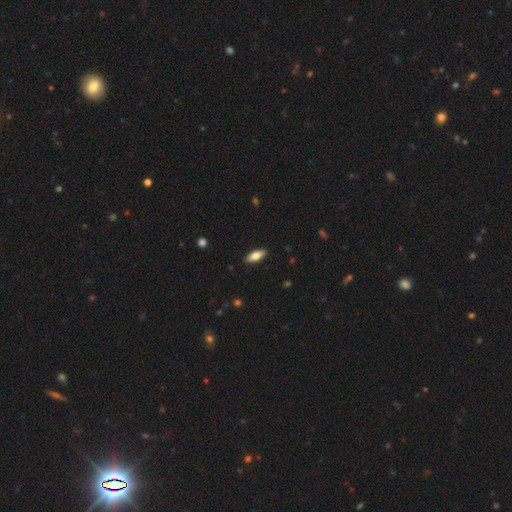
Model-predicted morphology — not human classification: This is likely a smooth galaxy (76%). How rounded: likely in between (74%). Merging: clearly none (89%).